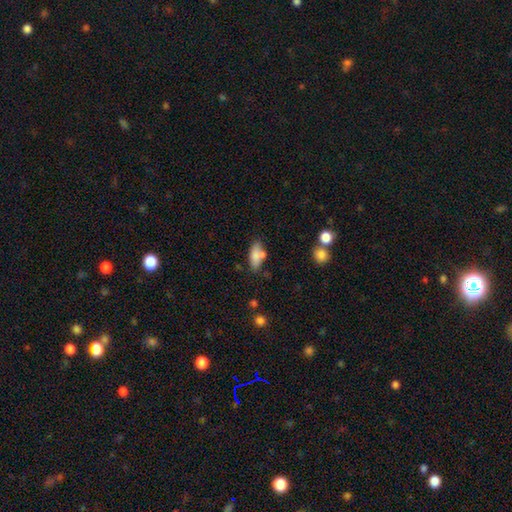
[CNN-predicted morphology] The model was most divided on "merging": none: 57%, minor disturbance: 21%, merger: 16%, major disturbance: 6%. More confident: how rounded — in between (84%); smooth or featured — smooth (77%).